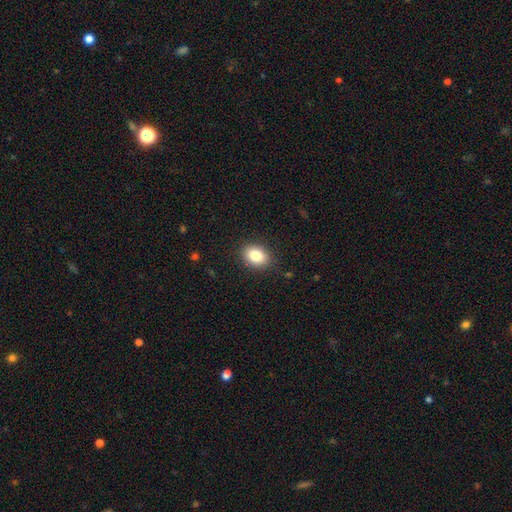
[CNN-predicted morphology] Q: Smooth or featured?
A: smooth (83%); runner-up: star or artifact (9%)
Q: How rounded?
A: in between (68%); runner-up: round (31%)
Q: Merging?
A: none (88%); runner-up: minor disturbance (8%)